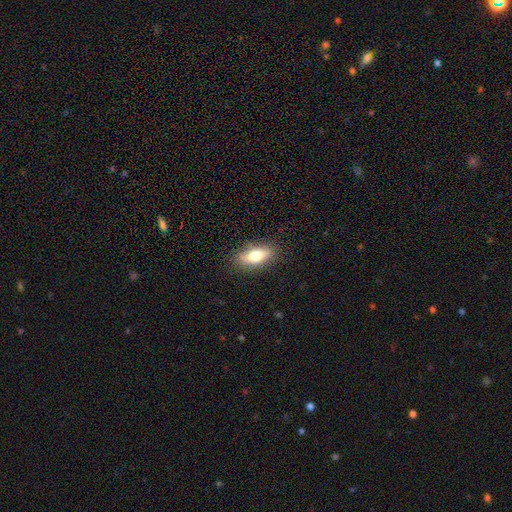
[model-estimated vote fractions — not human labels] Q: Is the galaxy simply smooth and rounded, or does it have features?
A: smooth — 71%.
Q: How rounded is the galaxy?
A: in between — 75%.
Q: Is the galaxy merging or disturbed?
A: none — 85%.